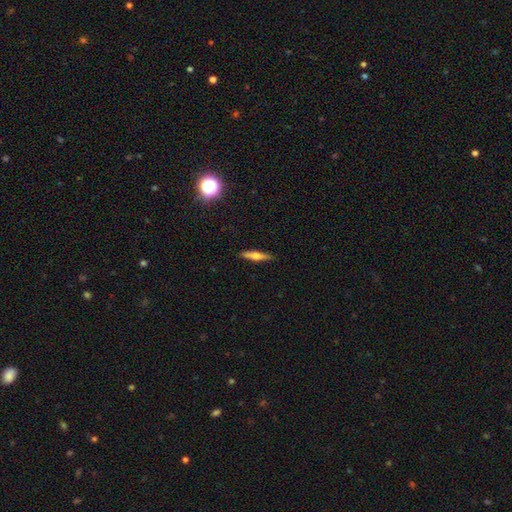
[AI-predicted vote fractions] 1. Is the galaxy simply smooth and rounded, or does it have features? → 47% featured or disk, 46% smooth, 7% star or artifact.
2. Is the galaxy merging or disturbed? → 89% none, 8% minor disturbance, 2% major disturbance, 1% merger.